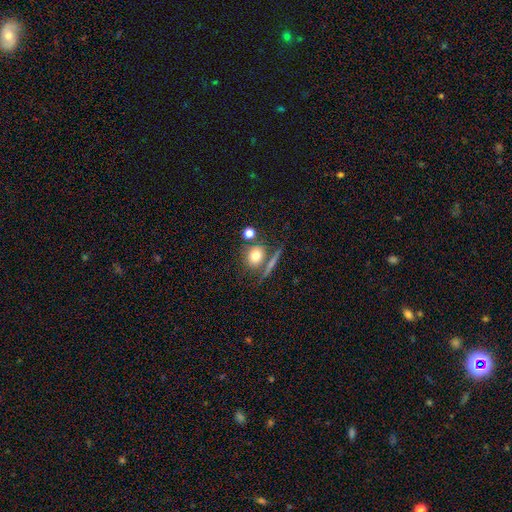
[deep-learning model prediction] The model was most divided on "merging": none: 63%, merger: 20%, minor disturbance: 12%, major disturbance: 6%. More confident: smooth or featured — smooth (74%); how rounded — round (70%).